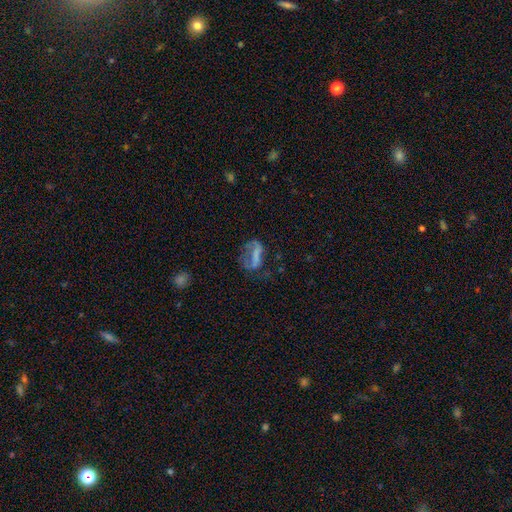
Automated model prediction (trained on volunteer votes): smooth-or-featured: smooth: 44% | featured or disk: 41% | star or artifact: 15%
  merging: major disturbance: 46% | none: 28% | minor disturbance: 21% | merger: 4%